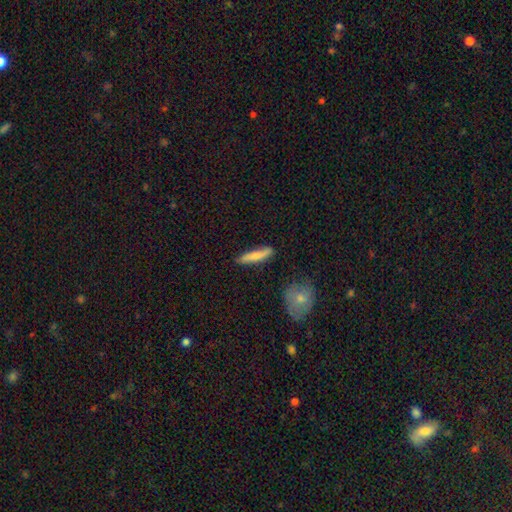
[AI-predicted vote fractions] A smooth galaxy with no disk features (69%) that is cigar-shaped (86%).

Vote fractions:
- Smooth or featured? smooth: 69% / featured or disk: 26% / star or artifact: 5%
- How rounded? cigar-shaped: 86% / in between: 12% / round: 2%
- Merging? none: 81% / minor disturbance: 14% / merger: 3% / major disturbance: 3%